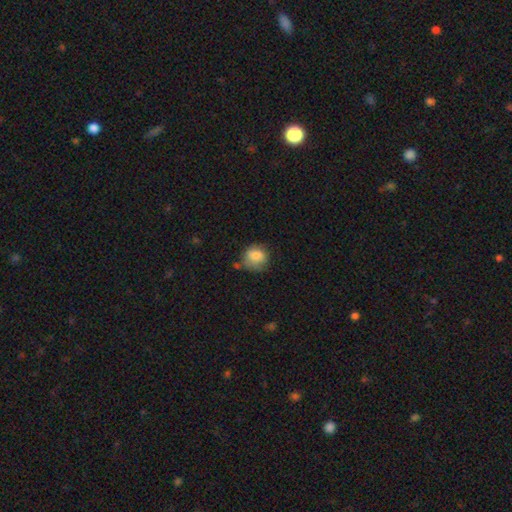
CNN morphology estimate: Smooth or featured? smooth (81%)
How rounded? round (76%)
Merging? none (57%)